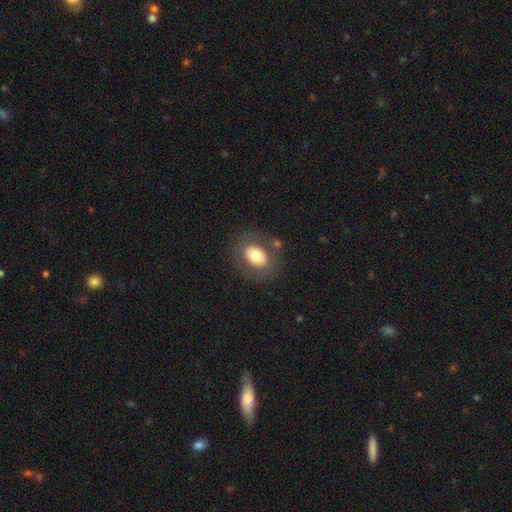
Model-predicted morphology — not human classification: Smooth or featured? smooth (72%)
How rounded? in between (68%)
Merging? none (79%)